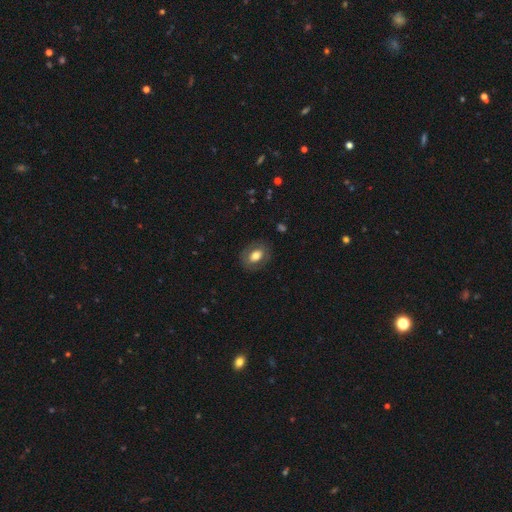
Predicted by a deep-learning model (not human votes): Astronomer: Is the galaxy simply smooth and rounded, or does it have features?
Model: smooth — 68%.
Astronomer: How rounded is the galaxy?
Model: in between — 74%.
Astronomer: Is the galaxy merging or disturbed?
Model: none — 82%.